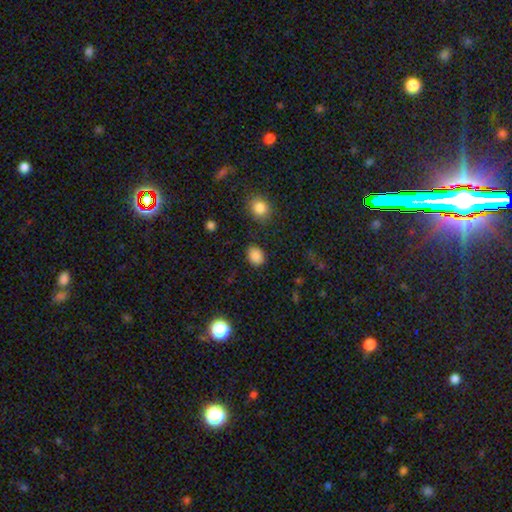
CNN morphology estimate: Overall: smooth (86%). How rounded: in between (64%; round 35%). Merging: none (82%).